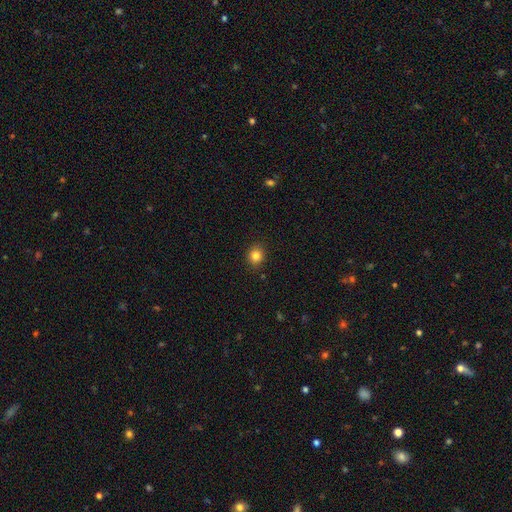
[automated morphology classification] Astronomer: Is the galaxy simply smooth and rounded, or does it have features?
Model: smooth — 83%.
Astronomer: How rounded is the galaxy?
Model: round — 79%.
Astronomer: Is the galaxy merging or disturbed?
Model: none — 90%.